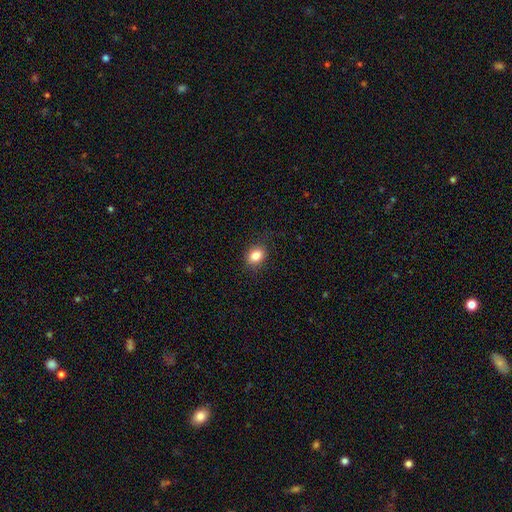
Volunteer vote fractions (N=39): Smooth or featured?
  - smooth: 87% *
  - featured or disk: 8%
  - star or artifact: 5%
How rounded?
  - in between: 76% *
  - round: 24%
  - cigar-shaped: 0%
Merging?
  - none: 84% *
  - minor disturbance: 16%
  - major disturbance: 0%
  - merger: 0%